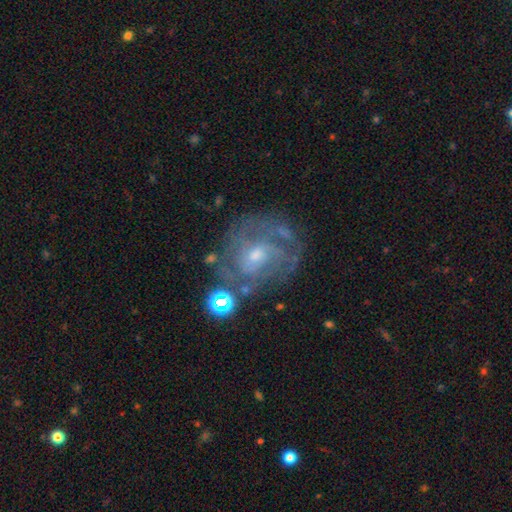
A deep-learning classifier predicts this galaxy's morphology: Overall: featured or disk (76%). Edge-on disk: no (97%). Bar: no (61%; weak 33%). Spiral arms: yes (84%). Spiral arm count: can't tell (43%; 3 18%). Spiral winding: tight (52%; medium 36%). Bulge size: small (52%; moderate 41%). Merging: none (64%).